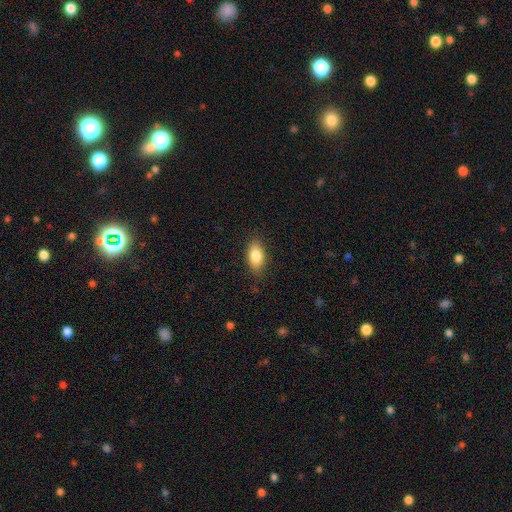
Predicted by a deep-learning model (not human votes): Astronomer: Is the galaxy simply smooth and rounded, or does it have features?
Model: smooth — 83%.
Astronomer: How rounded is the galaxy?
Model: in between — 90%.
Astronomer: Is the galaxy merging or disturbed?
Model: none — 84%.